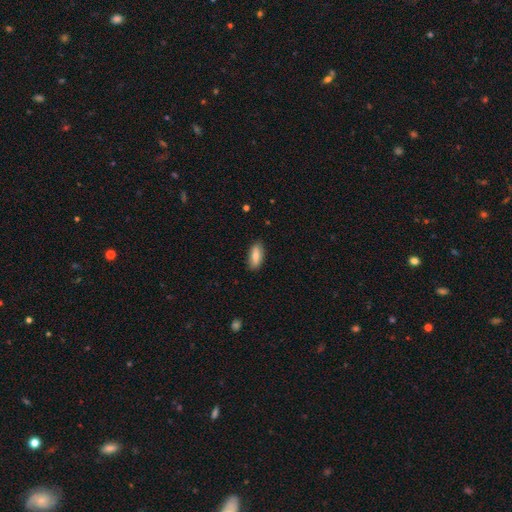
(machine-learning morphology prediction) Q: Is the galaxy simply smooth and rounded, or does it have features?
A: smooth — 75%.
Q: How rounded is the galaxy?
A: in between — 77%.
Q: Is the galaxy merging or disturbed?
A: none — 86%.